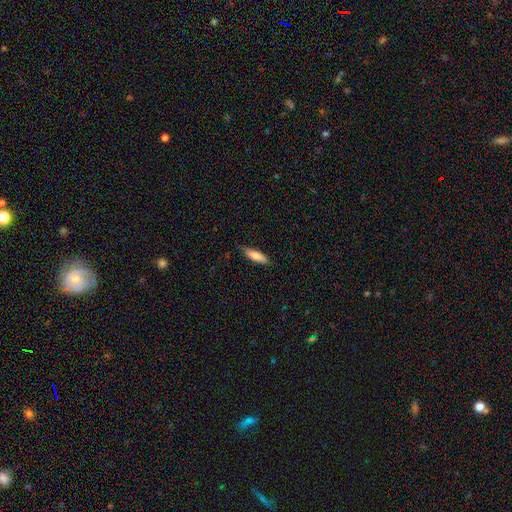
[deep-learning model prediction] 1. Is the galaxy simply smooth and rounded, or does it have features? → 76% smooth, 18% featured or disk, 6% star or artifact.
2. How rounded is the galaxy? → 55% cigar-shaped, 43% in between, 2% round.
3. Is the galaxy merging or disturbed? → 81% none, 15% minor disturbance, 2% major disturbance, 1% merger.